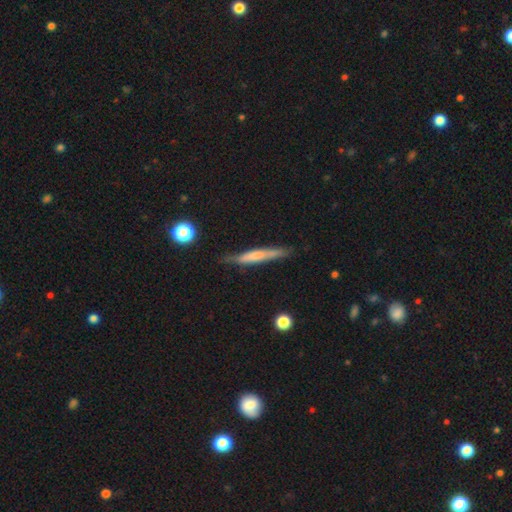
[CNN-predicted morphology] A smooth galaxy with no disk features (52%) that is cigar-shaped (93%).

Vote fractions:
- Smooth or featured? smooth: 52% / featured or disk: 42% / star or artifact: 6%
- How rounded? cigar-shaped: 93% / in between: 5% / round: 2%
- Merging? none: 80% / minor disturbance: 15% / major disturbance: 3% / merger: 2%